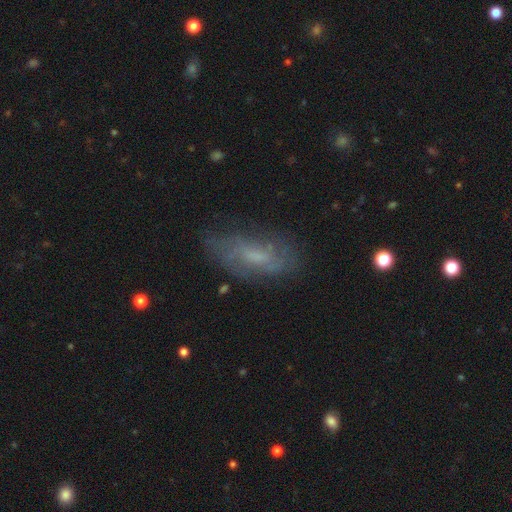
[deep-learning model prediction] This appears to be a featured or disk galaxy (53%). Merging: none (68%).